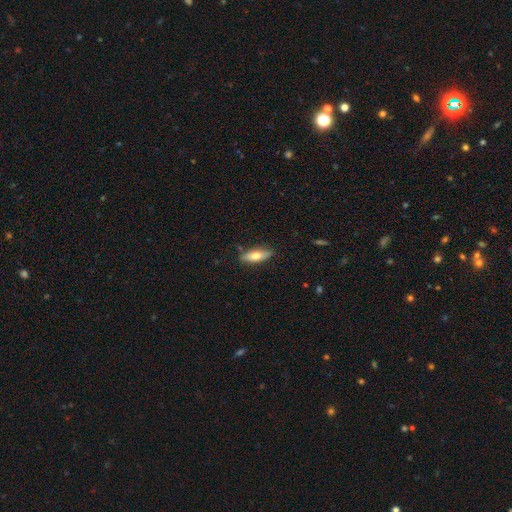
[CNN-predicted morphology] The model was most divided on "how rounded": in between: 58%, cigar-shaped: 40%, round: 2%. More confident: merging — none (84%); smooth or featured — smooth (65%).